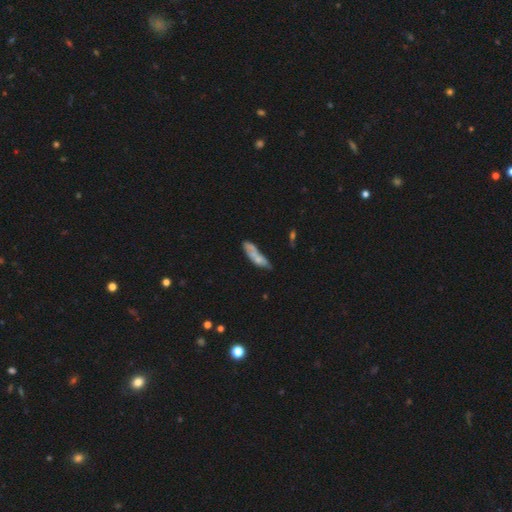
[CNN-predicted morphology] type=smooth (53%); roundness=in between (49%, tied with cigar-shaped); merging=none (38%).